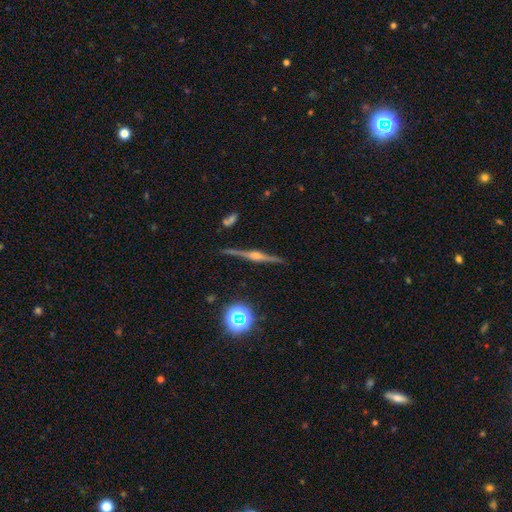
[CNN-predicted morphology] Q: Smooth or featured?
A: featured or disk (84%); runner-up: smooth (9%)
Q: Edge-on disk?
A: yes (98%); runner-up: no (2%)
Q: Edge-on bulge?
A: rounded (92%); runner-up: none (4%)
Q: Merging?
A: none (91%); runner-up: minor disturbance (6%)